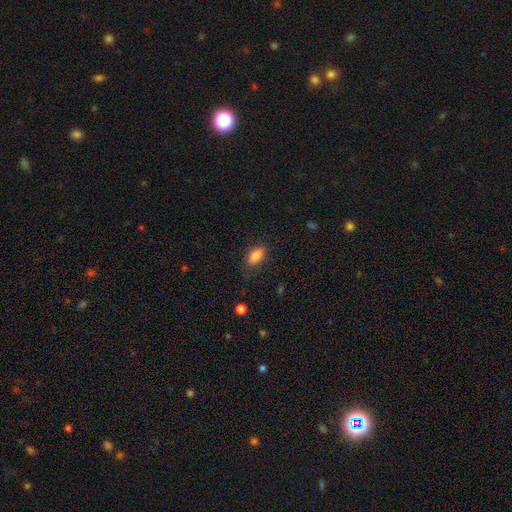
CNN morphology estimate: This appears to be a smooth galaxy with no disk features (86%) that is in between round and cigar-shaped (90%). Merging: none (79%).